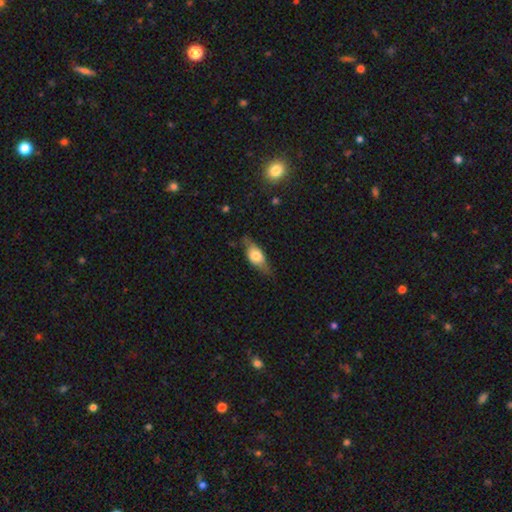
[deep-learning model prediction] A smooth galaxy with no disk features (52%) that is in between round and cigar-shaped (74%). Merging: none (68%).